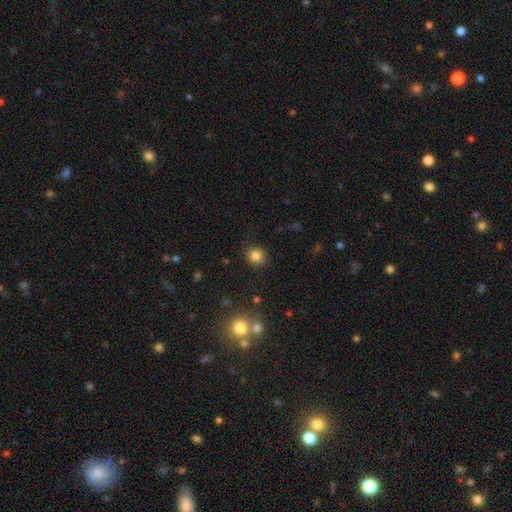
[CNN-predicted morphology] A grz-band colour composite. It shows a smooth galaxy with no disk features (83%) that is round (89%). Merging: none (87%).